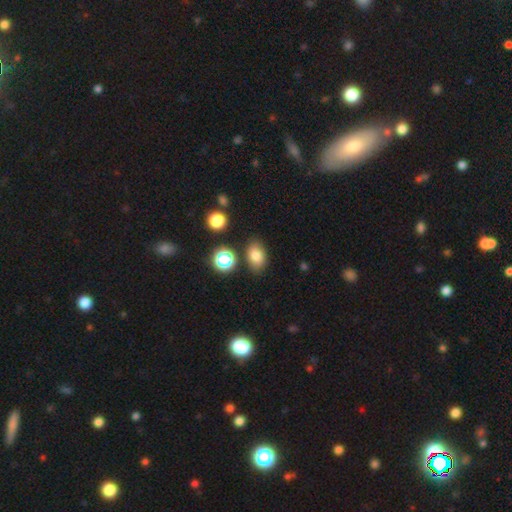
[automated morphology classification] smooth-or-featured: smooth: 80% | star or artifact: 12% | featured or disk: 8%
  how-rounded: in between: 82% | round: 17% | cigar-shaped: 1%
  merging: none: 79% | minor disturbance: 12% | merger: 5% | major disturbance: 4%